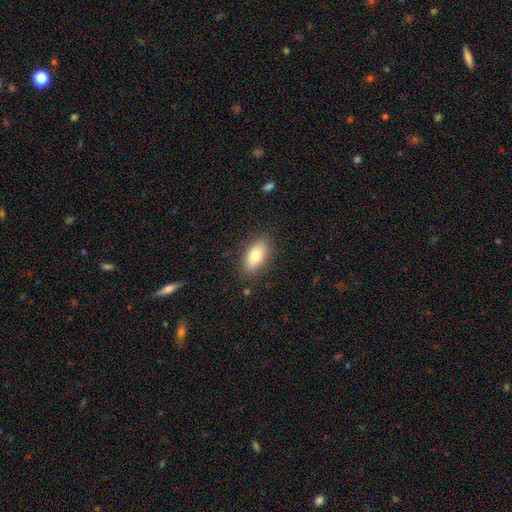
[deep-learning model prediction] This is likely a smooth galaxy (77%). How rounded: clearly in between (90%). Merging: clearly none (85%).